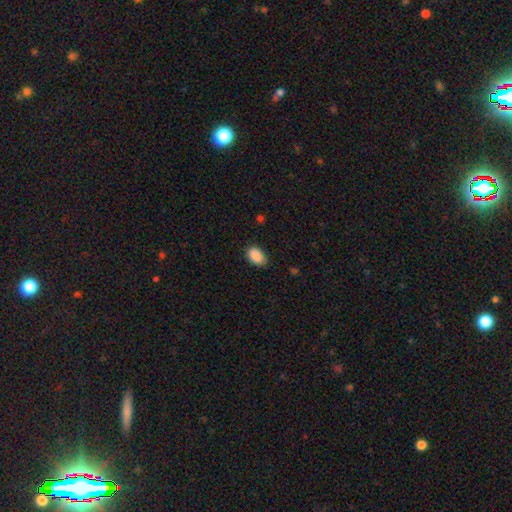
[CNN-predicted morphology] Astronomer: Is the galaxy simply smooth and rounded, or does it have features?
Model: smooth — 89%.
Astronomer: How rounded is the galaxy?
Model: in between — 89%.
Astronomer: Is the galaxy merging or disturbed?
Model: none — 80%.